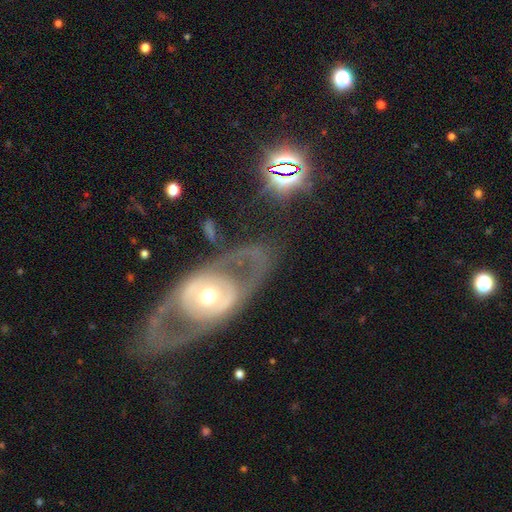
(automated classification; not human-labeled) The model was most divided on "spiral arms": no: 60%, yes: 40%. More confident: edge-on disk — no (90%); bar — no (74%); smooth or featured — featured or disk (73%); bulge size — moderate (64%); merging — none (62%).